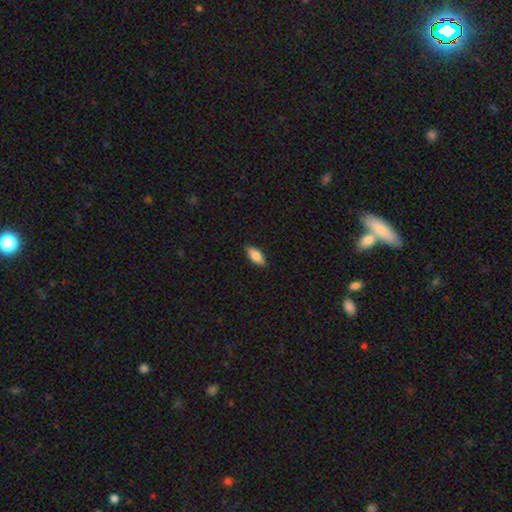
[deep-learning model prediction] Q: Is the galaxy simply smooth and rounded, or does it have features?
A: smooth — 81%.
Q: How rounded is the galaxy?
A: in between — 80%.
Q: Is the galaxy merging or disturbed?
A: none — 86%.